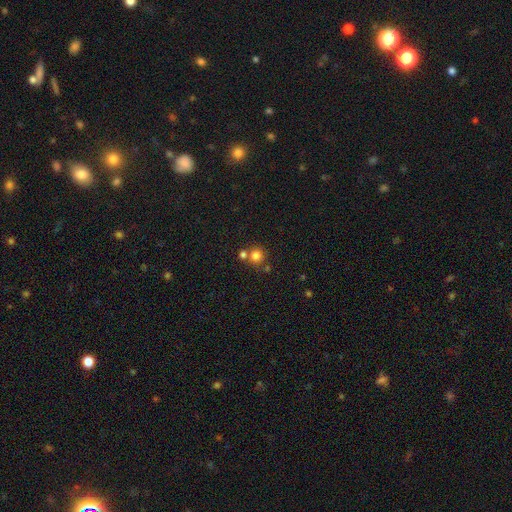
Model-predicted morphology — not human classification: This appears to be a smooth galaxy with no disk features (79%) that is round (91%). Merging: none (64%).